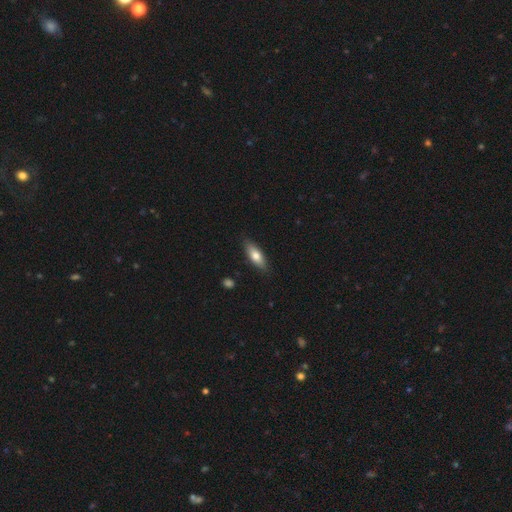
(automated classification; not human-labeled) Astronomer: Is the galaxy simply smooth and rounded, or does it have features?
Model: smooth — 71%.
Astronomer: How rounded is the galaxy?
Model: in between — 62%.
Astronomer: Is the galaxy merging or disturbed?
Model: none — 86%.